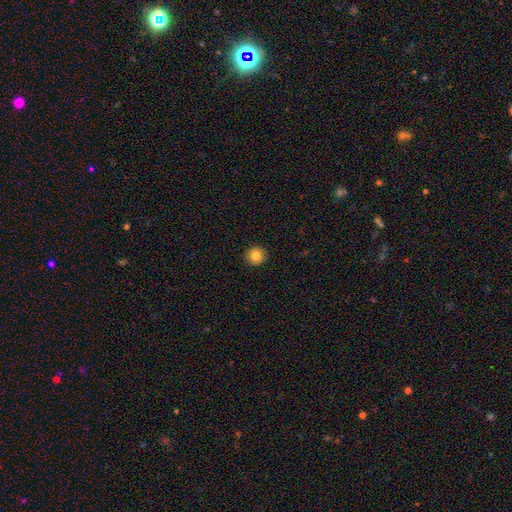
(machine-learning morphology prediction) Smooth or featured?
  - smooth: 83% *
  - star or artifact: 10%
  - featured or disk: 7%
How rounded?
  - round: 94% *
  - in between: 5%
  - cigar-shaped: 1%
Merging?
  - none: 92% *
  - minor disturbance: 5%
  - major disturbance: 2%
  - merger: 1%